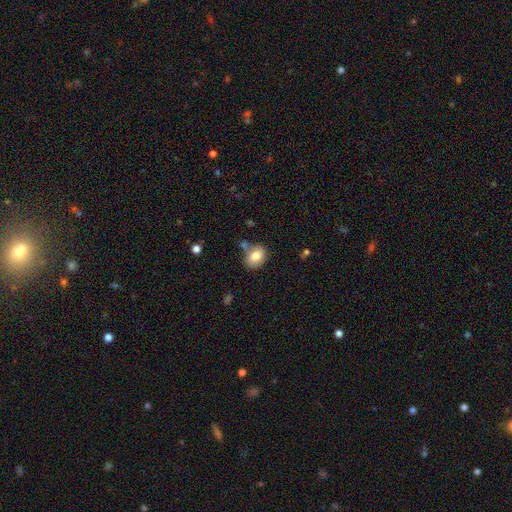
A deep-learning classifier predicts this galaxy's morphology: Smooth or featured? smooth (80%)
How rounded? in between (63%)
Merging? none (64%)